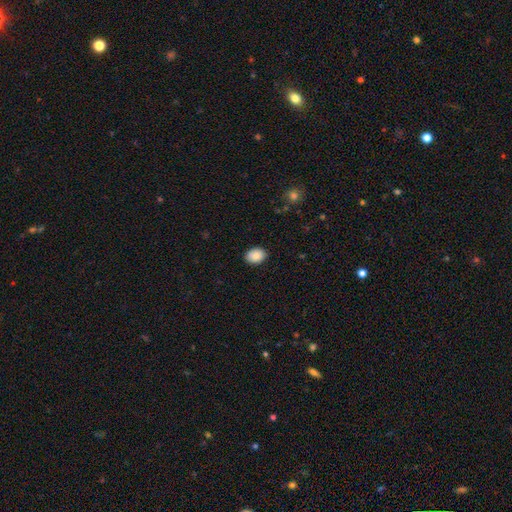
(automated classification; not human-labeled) smooth_or_featured: smooth (p=0.89) [alt: star or artifact p=0.07]
how_rounded: in between (p=0.76) [alt: round p=0.23]
merging: none (p=0.88) [alt: minor disturbance p=0.09]